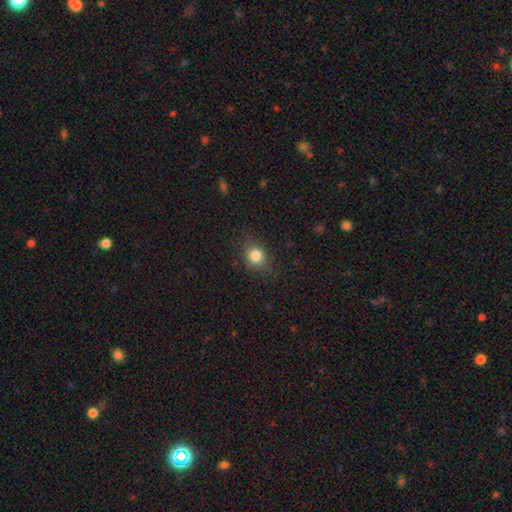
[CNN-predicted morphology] smooth 82%, star or artifact 11%, featured or disk 6%. Down the decision tree: how rounded — round (65%); merging — none (80%).